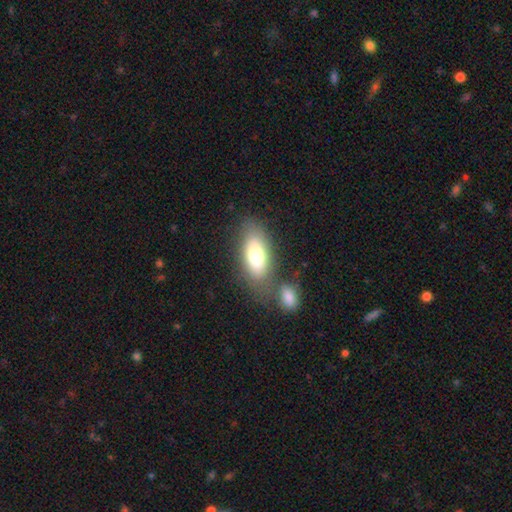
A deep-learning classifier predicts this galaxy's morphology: A smooth galaxy with no disk features (76%) that is in between round and cigar-shaped (84%). Merging: none (58%).